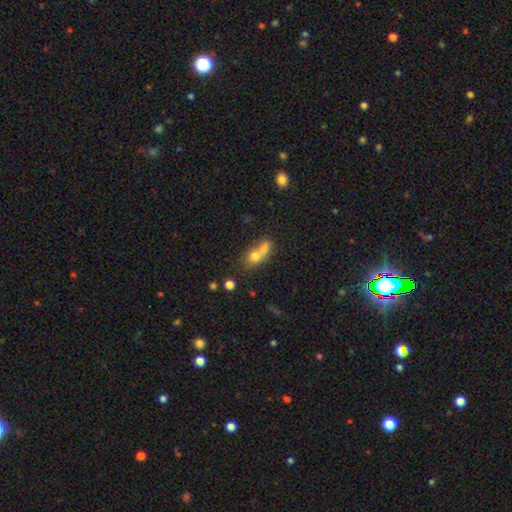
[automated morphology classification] The model was most divided on "how rounded": round: 52%, in between: 45%, cigar-shaped: 3%. More confident: merging — merger (72%); smooth or featured — smooth (69%).